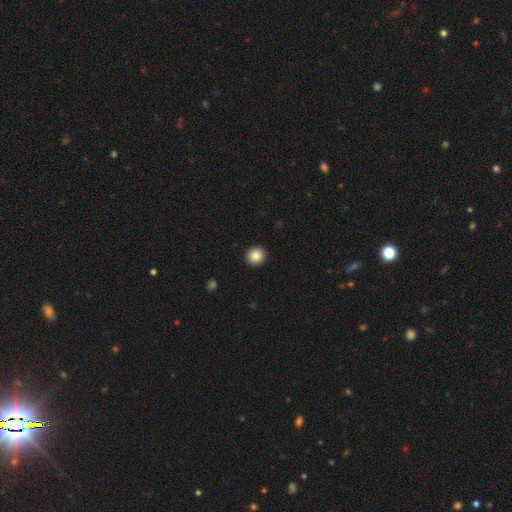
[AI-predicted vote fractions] smooth-or-featured: smooth: 86% | star or artifact: 9% | featured or disk: 5%
  how-rounded: round: 89% | in between: 10% | cigar-shaped: 1%
  merging: none: 93% | minor disturbance: 4% | major disturbance: 2% | merger: 1%